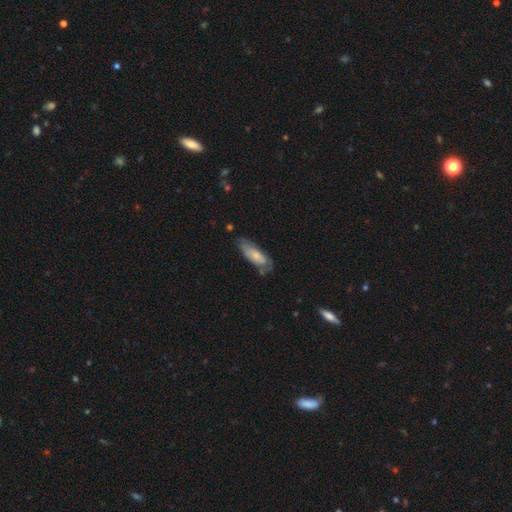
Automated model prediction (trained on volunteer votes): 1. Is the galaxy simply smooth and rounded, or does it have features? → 64% smooth, 30% featured or disk, 6% star or artifact.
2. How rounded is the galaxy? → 63% in between, 35% cigar-shaped, 2% round.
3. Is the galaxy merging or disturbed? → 57% none, 31% minor disturbance, 9% major disturbance, 3% merger.